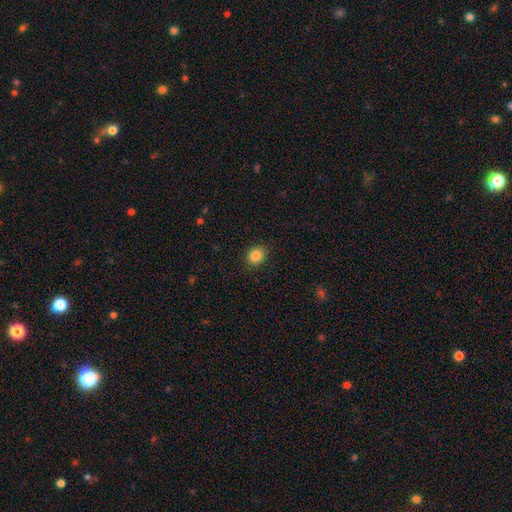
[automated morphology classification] smooth 85%, star or artifact 10%, featured or disk 4%. Down the decision tree: how rounded — round (76%); merging — none (89%).